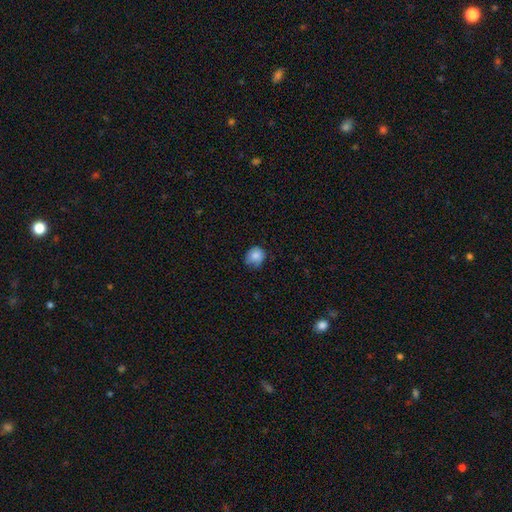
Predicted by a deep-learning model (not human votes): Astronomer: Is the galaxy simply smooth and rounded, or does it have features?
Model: smooth — 82%.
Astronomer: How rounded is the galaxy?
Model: round — 76%.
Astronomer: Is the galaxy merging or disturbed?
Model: none — 60%.